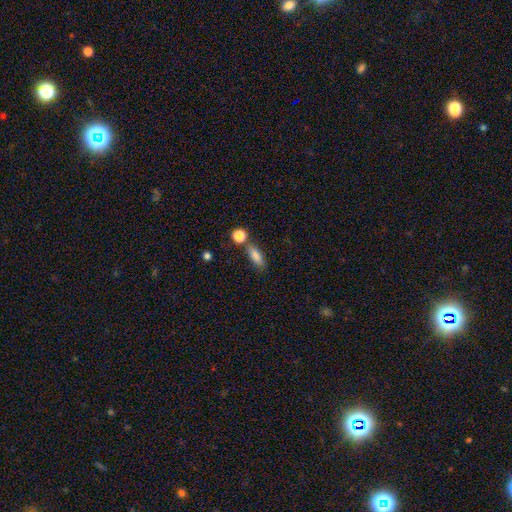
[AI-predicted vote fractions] smooth_or_featured: smooth (p=0.84) [alt: star or artifact p=0.09]
how_rounded: in between (p=0.68) [alt: cigar-shaped p=0.26]
merging: none (p=0.67) [alt: minor disturbance p=0.14]